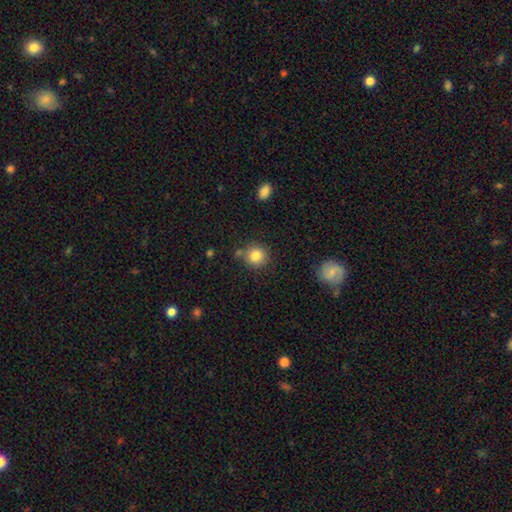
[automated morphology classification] Smooth or featured: smooth — 83% (star or artifact — 10%)
How rounded: round — 90% (in between — 9%)
Merging: none — 79% (minor disturbance — 11%)